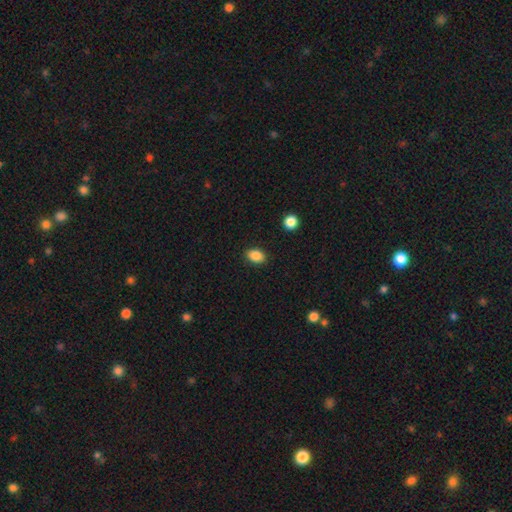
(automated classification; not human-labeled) Q: Smooth or featured?
A: smooth (87%); runner-up: star or artifact (9%)
Q: How rounded?
A: in between (75%); runner-up: round (24%)
Q: Merging?
A: none (88%); runner-up: minor disturbance (8%)